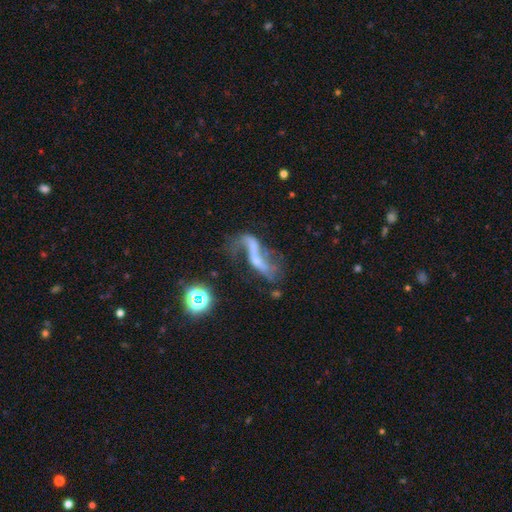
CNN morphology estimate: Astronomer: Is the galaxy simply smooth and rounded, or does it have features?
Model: featured or disk — 70%.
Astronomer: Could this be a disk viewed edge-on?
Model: no — 84%.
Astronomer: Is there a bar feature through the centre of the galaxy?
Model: no — 39% (runner-up: strong, 31%).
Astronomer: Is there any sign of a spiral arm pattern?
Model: yes — 74%.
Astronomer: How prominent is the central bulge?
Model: small — 48% (runner-up: none, 32%).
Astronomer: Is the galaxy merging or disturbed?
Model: none — 35% (runner-up: major disturbance, 33%).